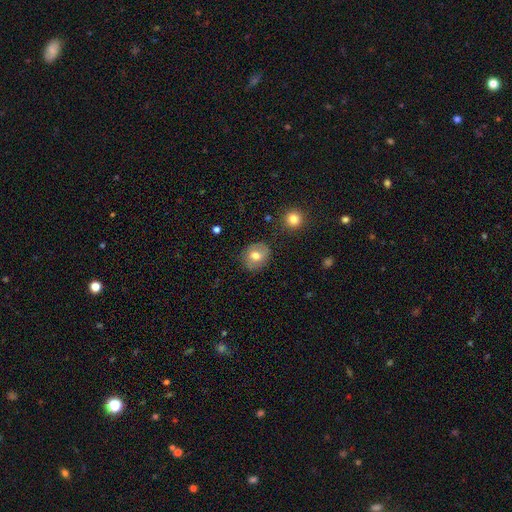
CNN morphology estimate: smooth 70%, featured or disk 22%, star or artifact 9%. Down the decision tree: how rounded — round (64%); merging — none (80%).